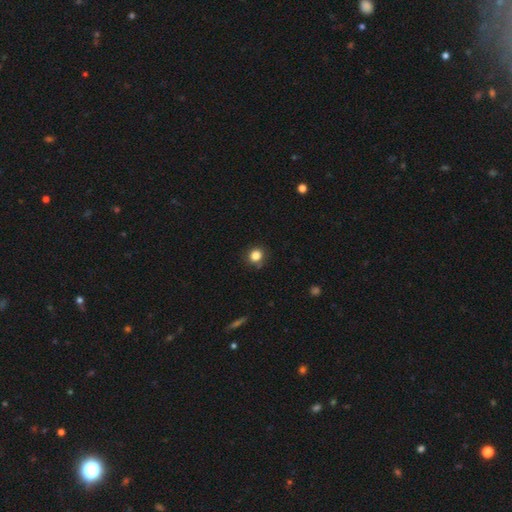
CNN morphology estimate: Overall: smooth (83%). How rounded: round (84%). Merging: none (83%).